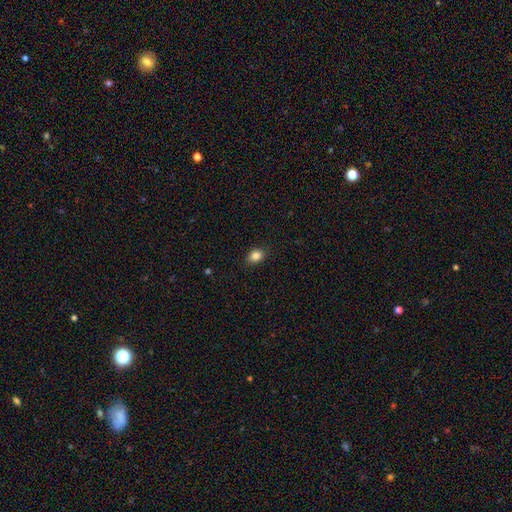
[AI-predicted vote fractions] Smooth or featured: smooth — 85% (star or artifact — 10%)
How rounded: in between — 67% (round — 32%)
Merging: none — 87% (minor disturbance — 10%)